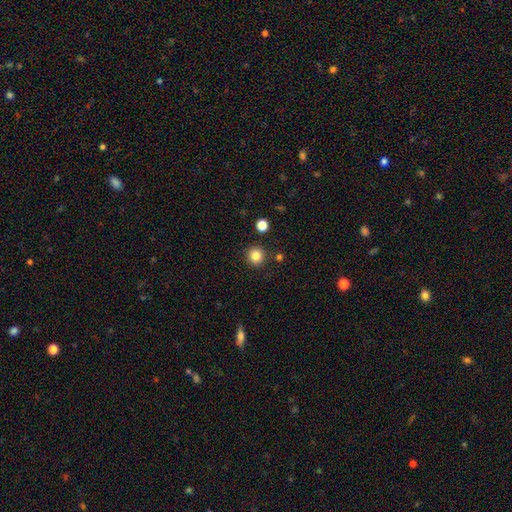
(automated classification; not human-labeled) This appears to be a smooth galaxy with no disk features (84%) that is round (94%). Merging: none (90%).